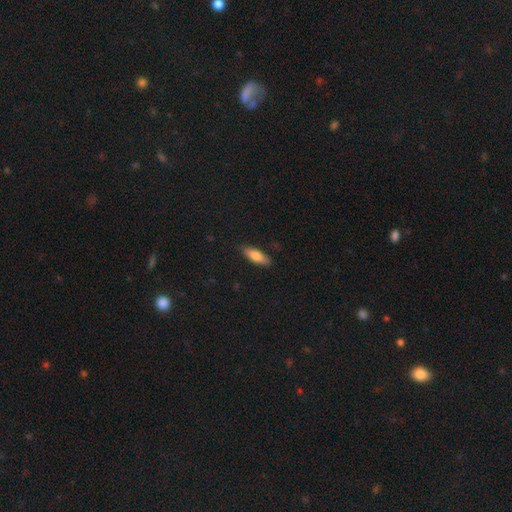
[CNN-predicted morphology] smooth_or_featured: smooth (p=0.78) [alt: featured or disk p=0.16]
how_rounded: in between (p=0.57) [alt: cigar-shaped p=0.41]
merging: none (p=0.86) [alt: minor disturbance p=0.11]